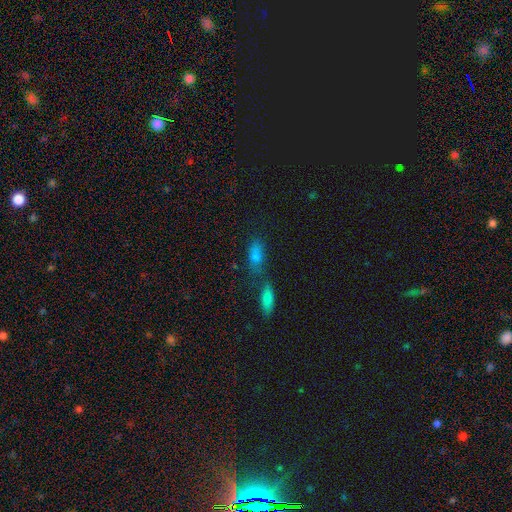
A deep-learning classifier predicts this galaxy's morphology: Q: Smooth or featured?
A: smooth (71%); runner-up: star or artifact (16%)
Q: How rounded?
A: in between (73%); runner-up: cigar-shaped (21%)
Q: Merging?
A: merger (42%); runner-up: none (41%)